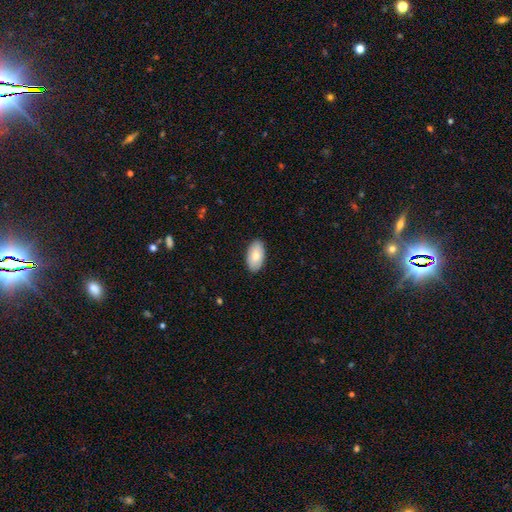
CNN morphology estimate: type=smooth (79%); roundness=in between (95%); merging=none (88%).